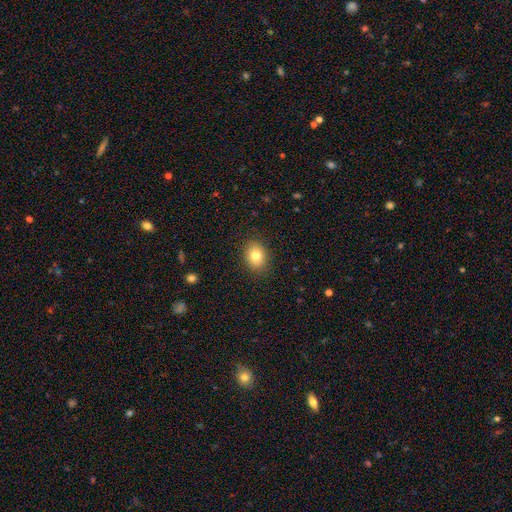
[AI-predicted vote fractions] smooth-or-featured: smooth: 81% | star or artifact: 10% | featured or disk: 9%
  how-rounded: in between: 55% | round: 44% | cigar-shaped: 1%
  merging: none: 88% | minor disturbance: 8% | major disturbance: 2% | merger: 1%